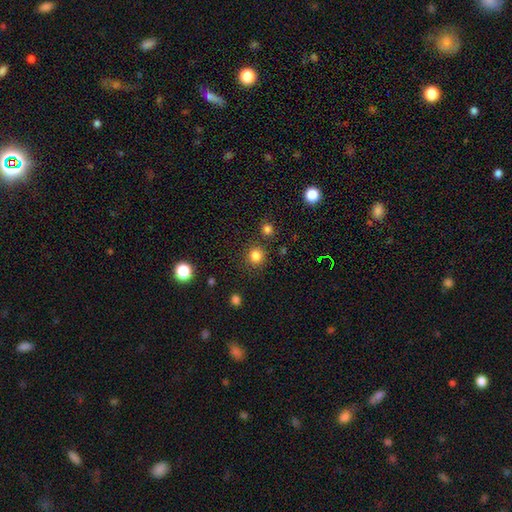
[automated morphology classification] Smooth or featured?
  - smooth: 82% *
  - star or artifact: 14%
  - featured or disk: 4%
How rounded?
  - round: 91% *
  - in between: 8%
  - cigar-shaped: 1%
Merging?
  - none: 85% *
  - minor disturbance: 7%
  - merger: 5%
  - major disturbance: 3%